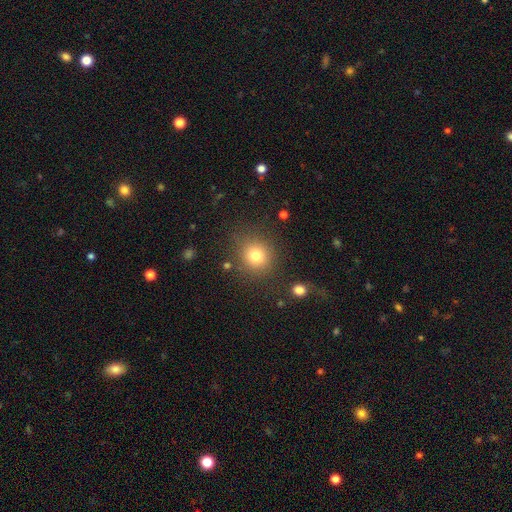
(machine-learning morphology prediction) This appears to be a smooth galaxy with no disk features (79%) that is round (87%). Merging: none (83%).